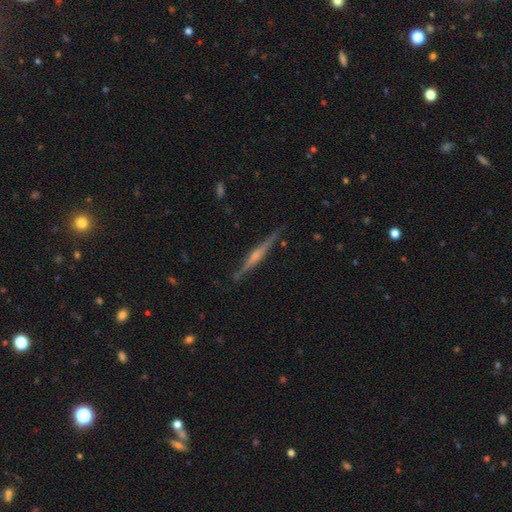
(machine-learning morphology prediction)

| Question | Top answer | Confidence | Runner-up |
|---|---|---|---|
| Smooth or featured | featured or disk | 80% | smooth (14%) |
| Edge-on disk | yes | 98% | no (2%) |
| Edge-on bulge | rounded | 68% | boxy (17%) |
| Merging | none | 89% | minor disturbance (8%) |